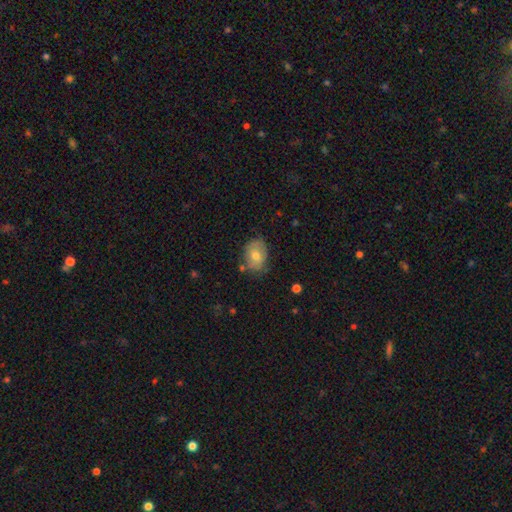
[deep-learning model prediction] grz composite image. It shows a smooth galaxy with no disk features (64%) that is in between round and cigar-shaped (71%). Merging: none (71%).